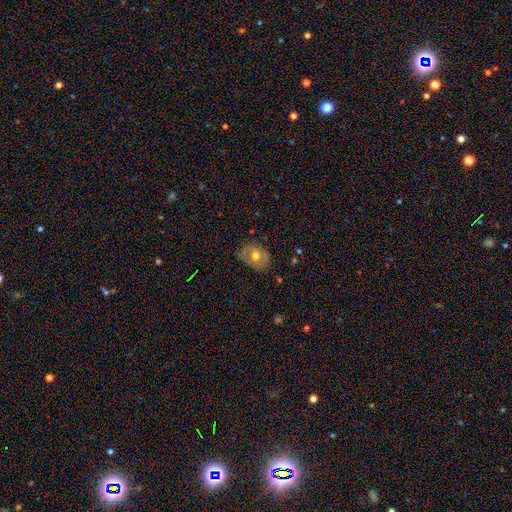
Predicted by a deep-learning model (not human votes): Smooth or featured? smooth (49%)
Merging? none (66%)